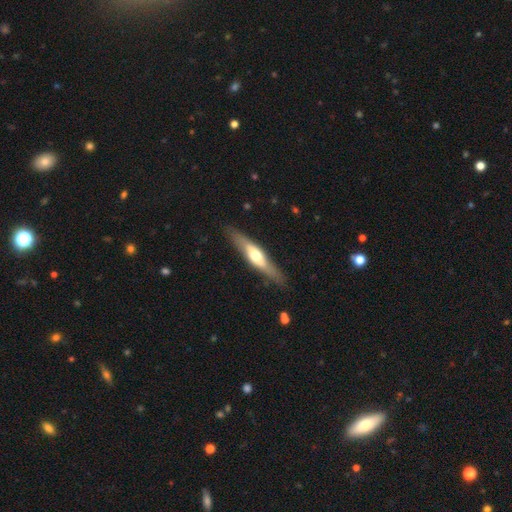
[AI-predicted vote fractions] The model was most divided on "smooth or featured": featured or disk: 55%, smooth: 40%, star or artifact: 5%. More confident: merging — none (83%); edge-on disk — yes (79%).